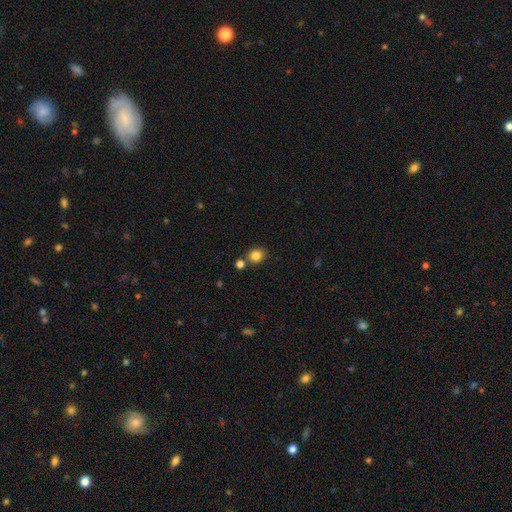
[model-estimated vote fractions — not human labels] This is clearly a smooth galaxy (84%). How rounded: likely round (78%). Merging: likely none (76%).